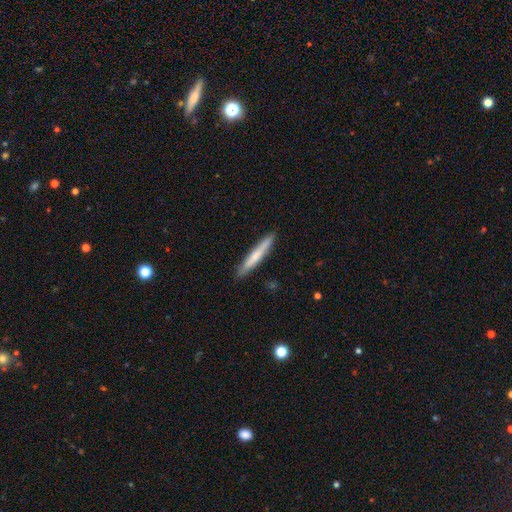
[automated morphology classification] Overall: smooth (59%; featured or disk 36%). How rounded: cigar-shaped (95%). Merging: none (90%).